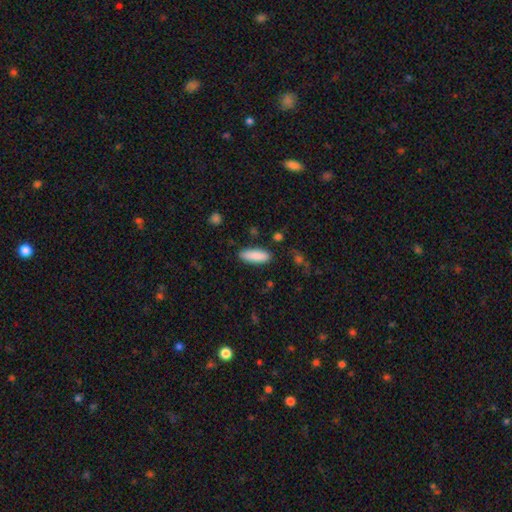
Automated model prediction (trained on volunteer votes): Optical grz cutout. It shows a smooth galaxy with no disk features (89%) that is in between round and cigar-shaped (60%). Merging: none (86%).